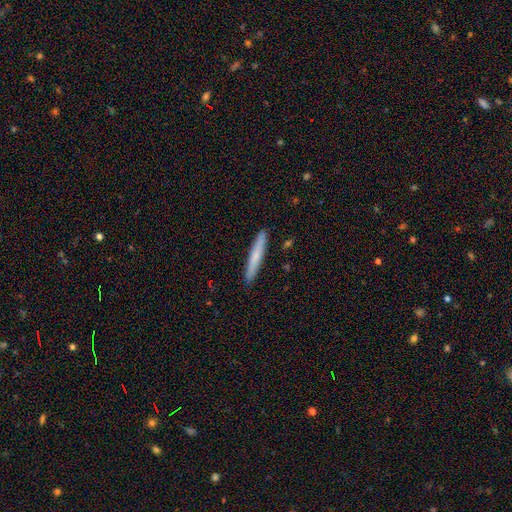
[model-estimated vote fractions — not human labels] Overall: smooth (68%). How rounded: cigar-shaped (96%). Merging: none (91%).